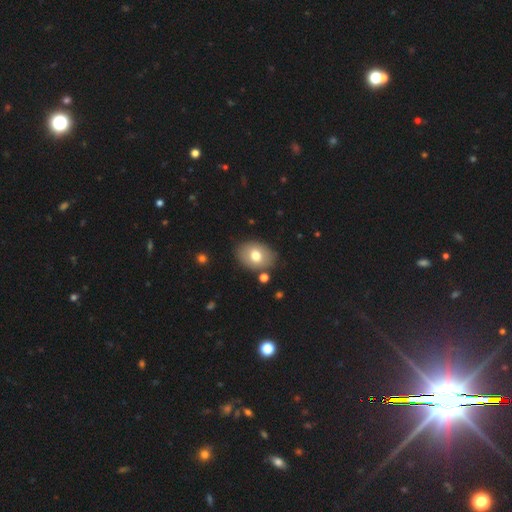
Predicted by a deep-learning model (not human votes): Q: Smooth or featured?
A: smooth (73%); runner-up: featured or disk (19%)
Q: How rounded?
A: in between (73%); runner-up: round (26%)
Q: Merging?
A: none (83%); runner-up: minor disturbance (11%)